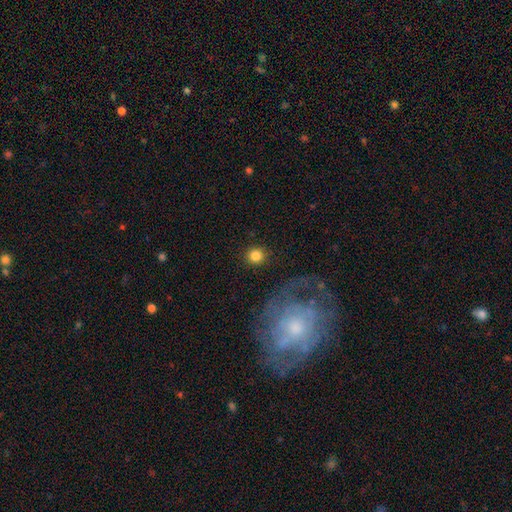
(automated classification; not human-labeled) Smooth or featured? smooth (82%)
How rounded? round (92%)
Merging? none (89%)